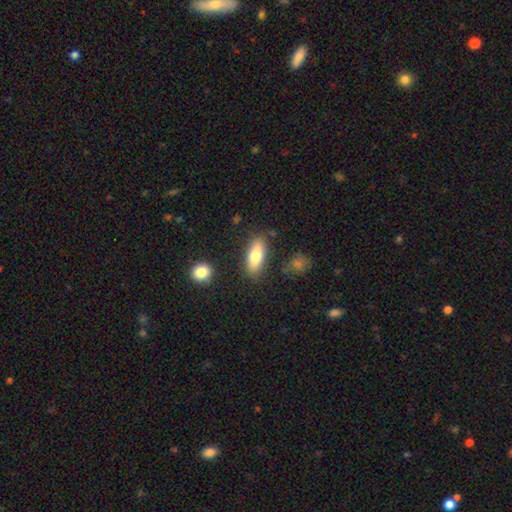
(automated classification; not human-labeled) This is likely a smooth galaxy (78%). How rounded: likely in between (75%). Merging: clearly none (82%).